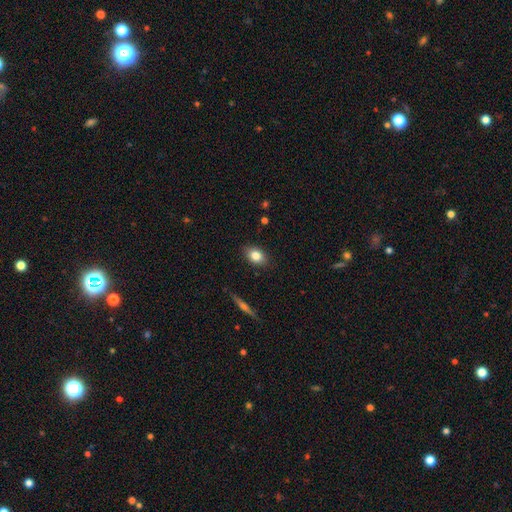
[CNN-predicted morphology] smooth 81%, featured or disk 11%, star or artifact 8%. Down the decision tree: how rounded — in between (78%); merging — none (87%).